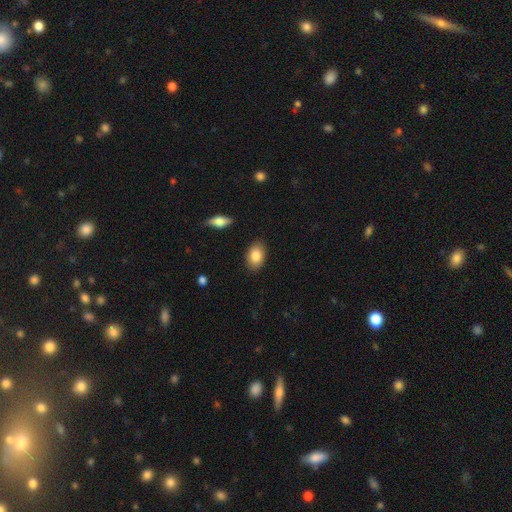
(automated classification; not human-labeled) Smooth or featured?
  - smooth: 84% *
  - featured or disk: 9%
  - star or artifact: 7%
How rounded?
  - in between: 87% *
  - round: 12%
  - cigar-shaped: 1%
Merging?
  - none: 86% *
  - minor disturbance: 10%
  - major disturbance: 2%
  - merger: 2%